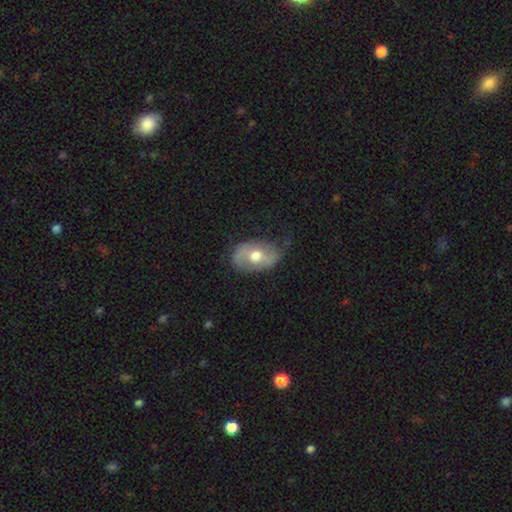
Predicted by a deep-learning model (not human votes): smooth-or-featured: featured or disk: 53% | smooth: 41% | star or artifact: 6%
  disk-edge-on: no: 93% | yes: 7%
  merging: none: 63% | minor disturbance: 25% | major disturbance: 10% | merger: 1%